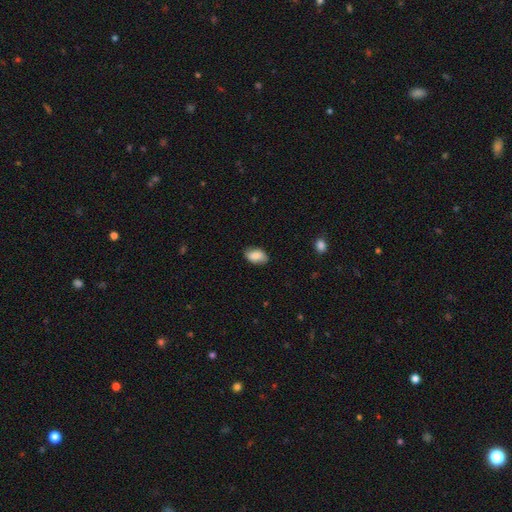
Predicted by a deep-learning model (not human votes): Q: Smooth or featured?
A: smooth (84%); runner-up: featured or disk (9%)
Q: How rounded?
A: in between (90%); runner-up: round (8%)
Q: Merging?
A: none (80%); runner-up: minor disturbance (16%)